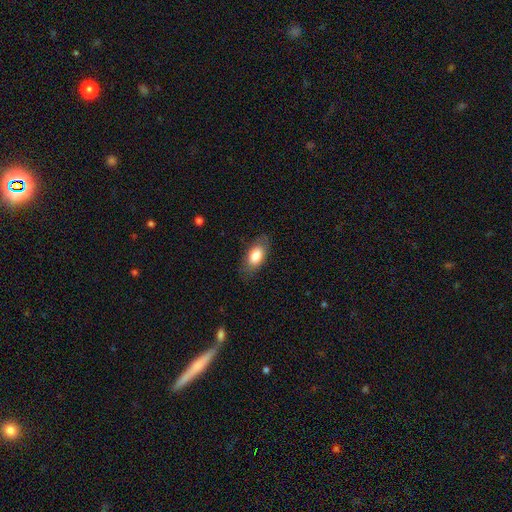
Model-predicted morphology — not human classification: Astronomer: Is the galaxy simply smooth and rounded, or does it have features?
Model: smooth — 80%.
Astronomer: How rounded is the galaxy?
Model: in between — 90%.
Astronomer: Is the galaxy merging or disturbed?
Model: none — 80%.